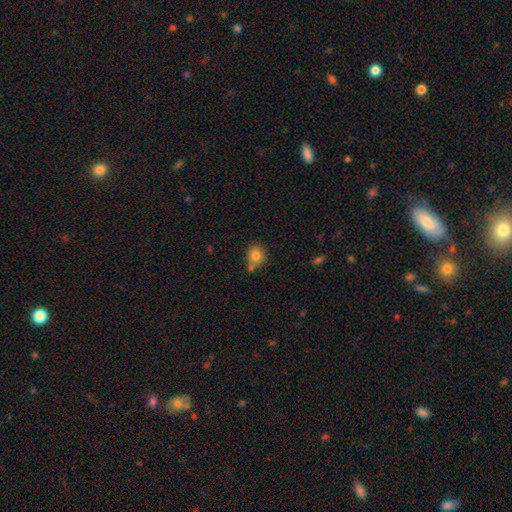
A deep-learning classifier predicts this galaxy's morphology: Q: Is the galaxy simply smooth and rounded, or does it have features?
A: smooth — 82%.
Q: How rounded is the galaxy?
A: round — 70%.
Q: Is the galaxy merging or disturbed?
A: none — 58%.